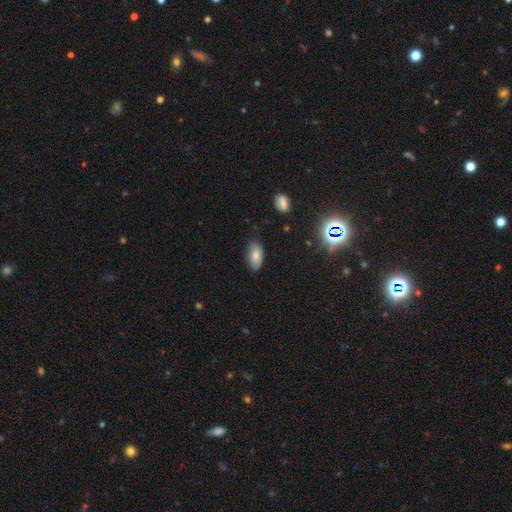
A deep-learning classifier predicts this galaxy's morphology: A smooth galaxy with no disk features (78%) that is in between round and cigar-shaped (93%). Merging: none (76%).